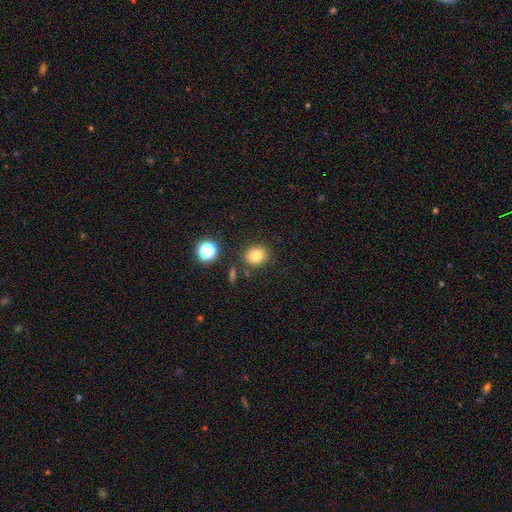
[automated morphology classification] Smooth or featured? Predicted: smooth (p=0.78). How rounded? Predicted: round (p=0.69). Merging? Predicted: none (p=0.83).